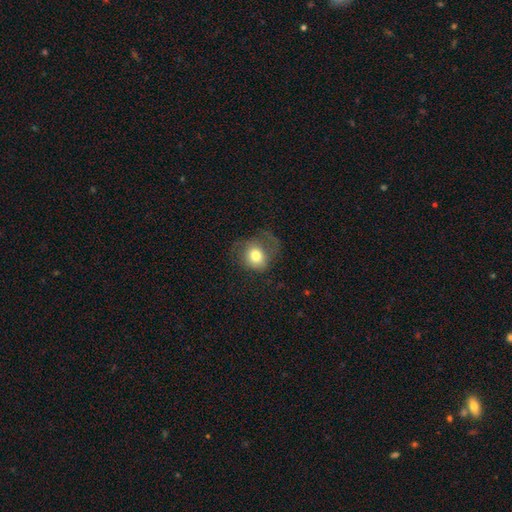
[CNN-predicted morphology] This appears to be a smooth galaxy with no disk features (72%) that is round (68%). Merging: none (41%).